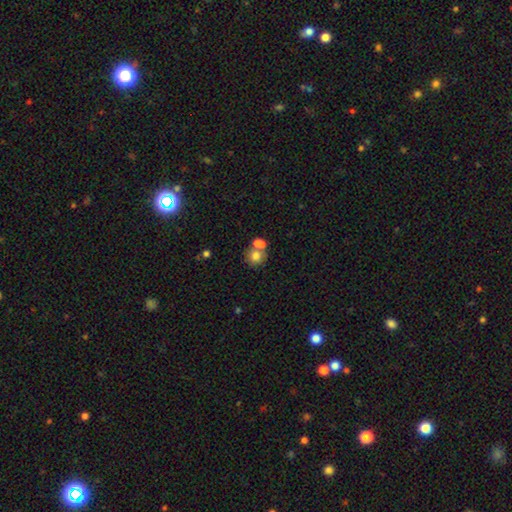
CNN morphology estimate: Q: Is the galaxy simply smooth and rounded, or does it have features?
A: smooth — 74%.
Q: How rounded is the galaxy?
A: round — 79%.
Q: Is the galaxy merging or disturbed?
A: merger — 47%.